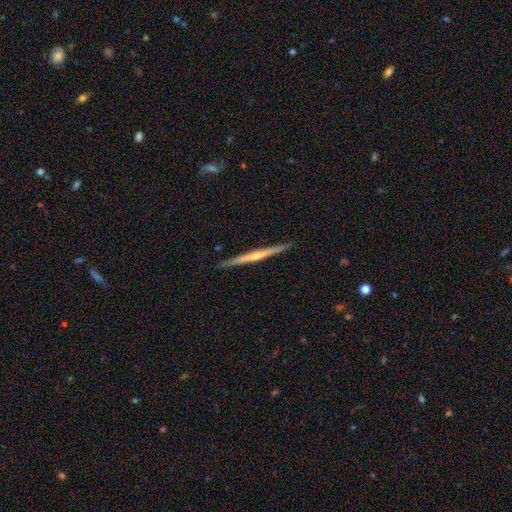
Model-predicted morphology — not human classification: This appears to be a featured or disk galaxy (74%) viewed edge-on (98%) with a rounded central bulge (65%). Merging: none (92%).